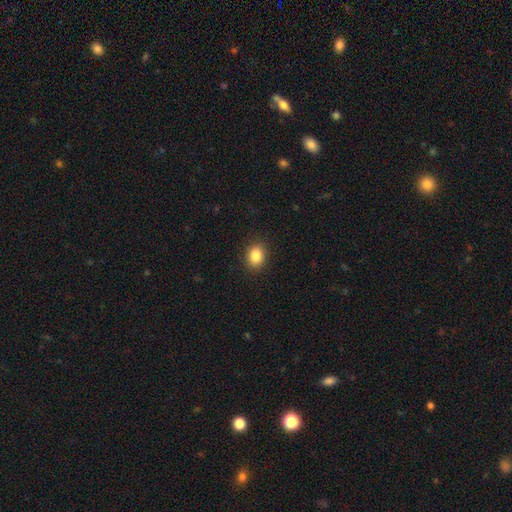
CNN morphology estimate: The model was most divided on "how rounded": in between: 57%, round: 42%, cigar-shaped: 1%. More confident: merging — none (90%); smooth or featured — smooth (86%).